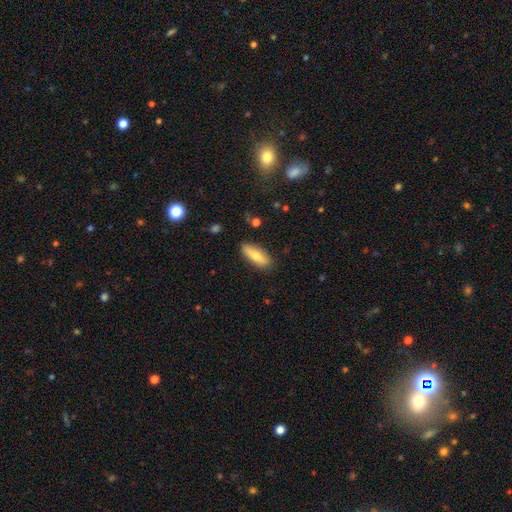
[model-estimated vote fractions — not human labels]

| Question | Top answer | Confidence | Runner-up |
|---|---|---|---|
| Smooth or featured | smooth | 70% | featured or disk (24%) |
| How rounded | in between | 60% | cigar-shaped (38%) |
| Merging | none | 85% | minor disturbance (11%) |